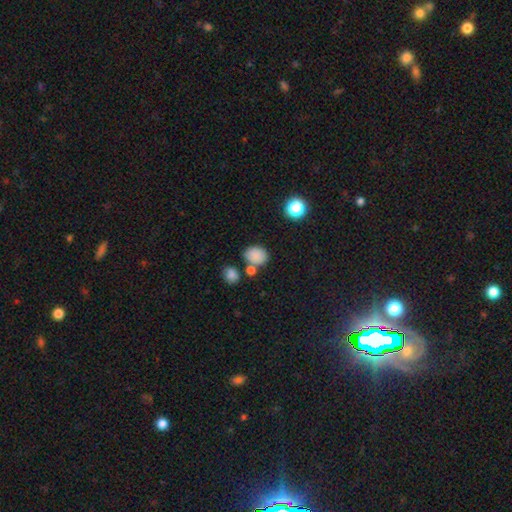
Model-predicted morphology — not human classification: This appears to be a smooth galaxy with no disk features (84%) that is in between round and cigar-shaped (52%). Merging: none (67%).